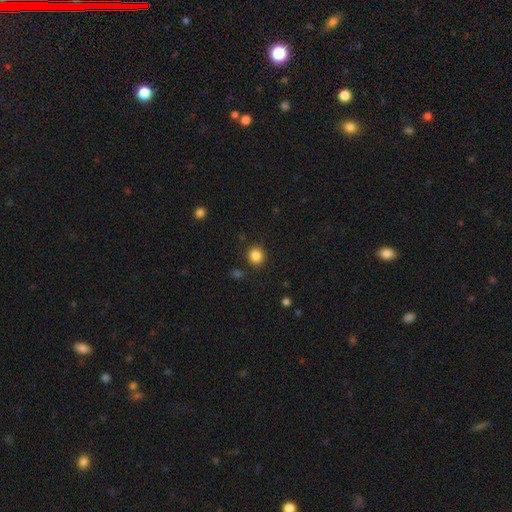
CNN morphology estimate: smooth 86%, star or artifact 11%, featured or disk 4%. Down the decision tree: how rounded — round (86%); merging — none (89%).